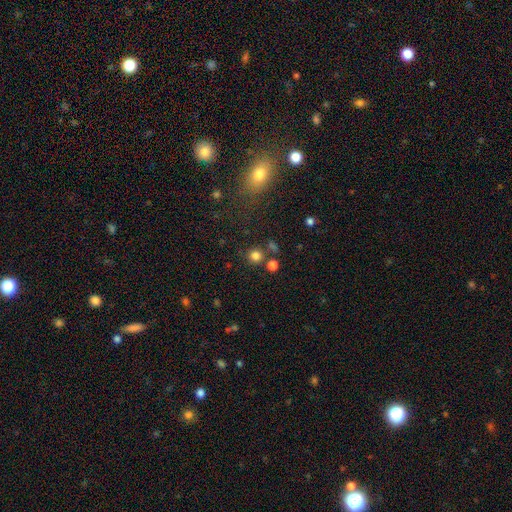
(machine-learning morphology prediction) A smooth galaxy with no disk features (79%) that is round (92%). Merging: none (79%).